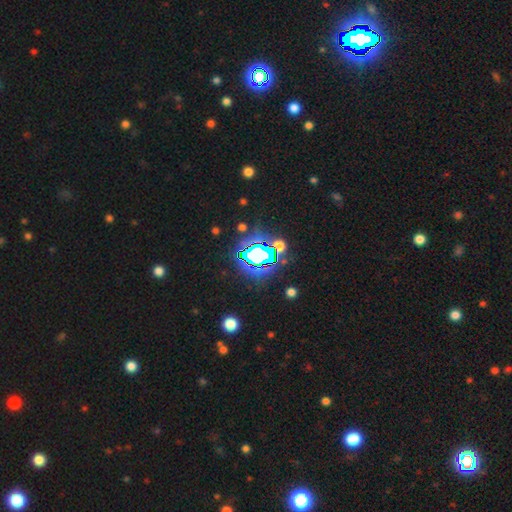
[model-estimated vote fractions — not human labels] smooth-or-featured: star or artifact: 71% | smooth: 17% | featured or disk: 12%